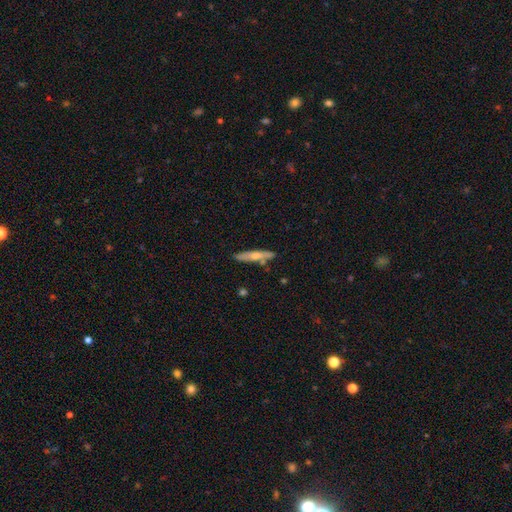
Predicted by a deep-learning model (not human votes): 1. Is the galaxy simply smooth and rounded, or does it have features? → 52% featured or disk, 42% smooth, 7% star or artifact.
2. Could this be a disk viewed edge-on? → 89% yes, 11% no.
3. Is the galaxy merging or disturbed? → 81% none, 12% minor disturbance, 4% merger, 2% major disturbance.